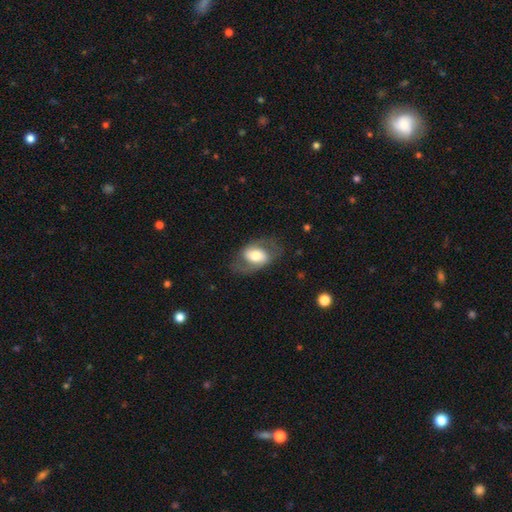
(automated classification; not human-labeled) Morphology: type=featured or disk (54%); edge-on=no (93%); bar=no (44%); spiral arms=yes (67%); bulge=moderate (50%); merging=none (69%).